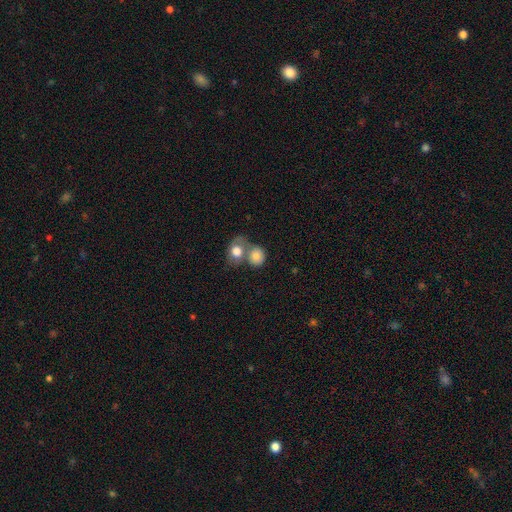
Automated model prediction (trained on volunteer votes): Q: Smooth or featured?
A: smooth (80%); runner-up: featured or disk (12%)
Q: How rounded?
A: round (69%); runner-up: in between (30%)
Q: Merging?
A: merger (55%); runner-up: none (31%)